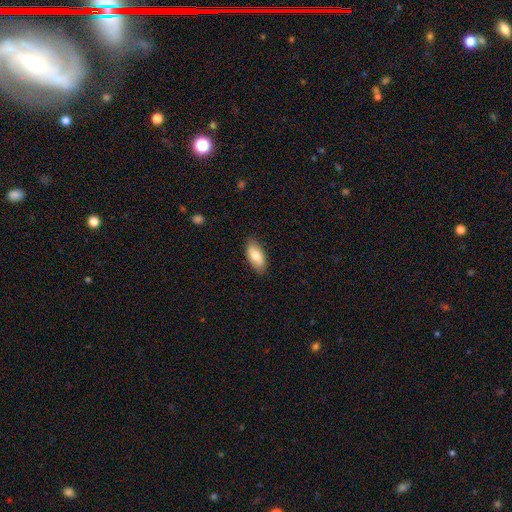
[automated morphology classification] type=smooth (78%); roundness=in between (88%); merging=none (84%).